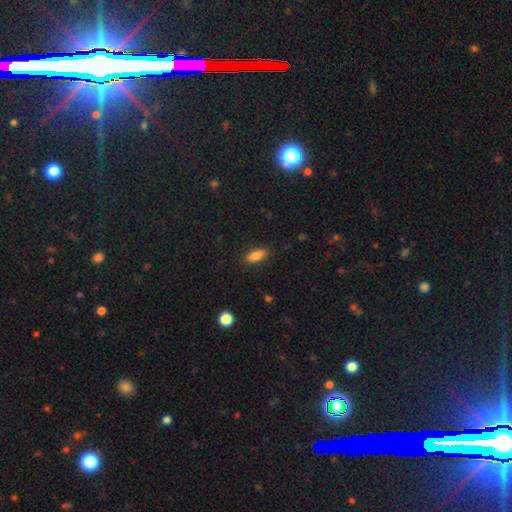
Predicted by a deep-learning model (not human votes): Smooth or featured? smooth (84%)
How rounded? in between (78%)
Merging? none (88%)